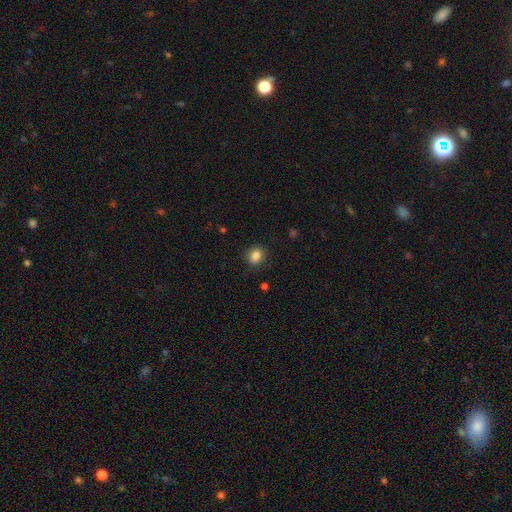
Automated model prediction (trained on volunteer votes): A smooth galaxy with no disk features (85%) that is round (50%).

Vote fractions:
- Smooth or featured? smooth: 85% / star or artifact: 10% / featured or disk: 5%
- How rounded? round: 50% / in between: 49% / cigar-shaped: 1%
- Merging? none: 87% / minor disturbance: 9% / major disturbance: 3% / merger: 1%